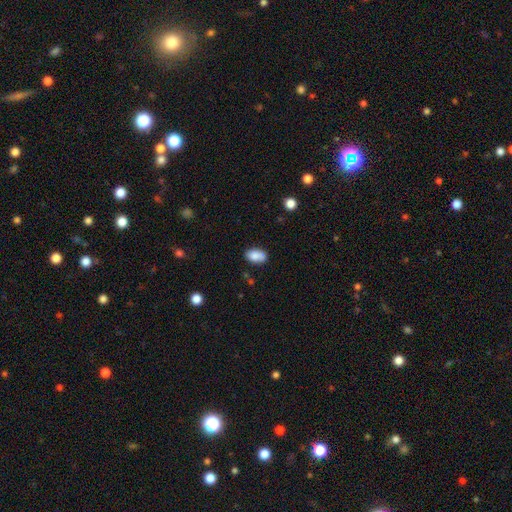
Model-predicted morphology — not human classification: A smooth galaxy with no disk features (85%) that is in between round and cigar-shaped (91%). Merging: none (75%).